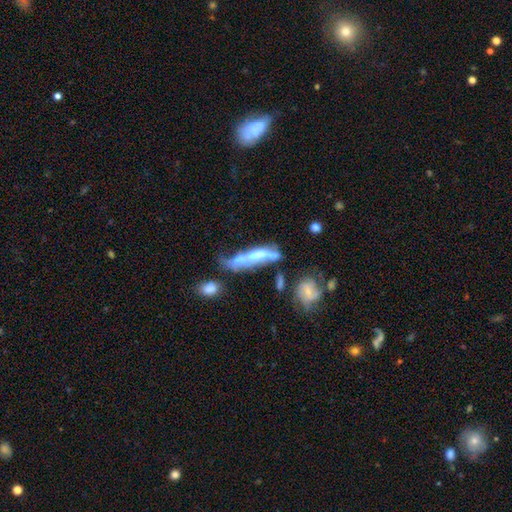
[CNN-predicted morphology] This appears to be a featured or disk galaxy (57%). Merging: merger (30%).